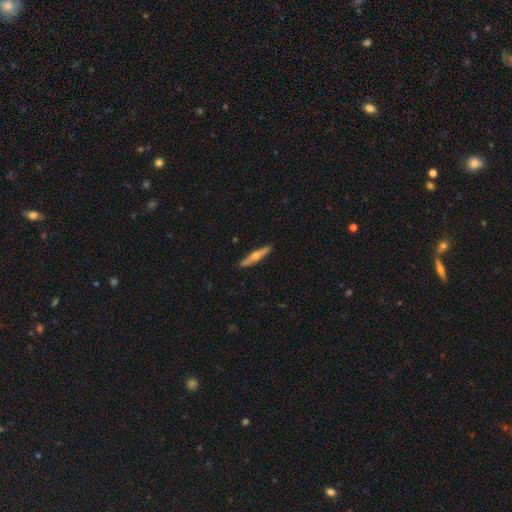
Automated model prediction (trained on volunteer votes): This appears to be a featured or disk galaxy (60%) viewed edge-on (96%) with a rounded central bulge (92%). Merging: none (91%).